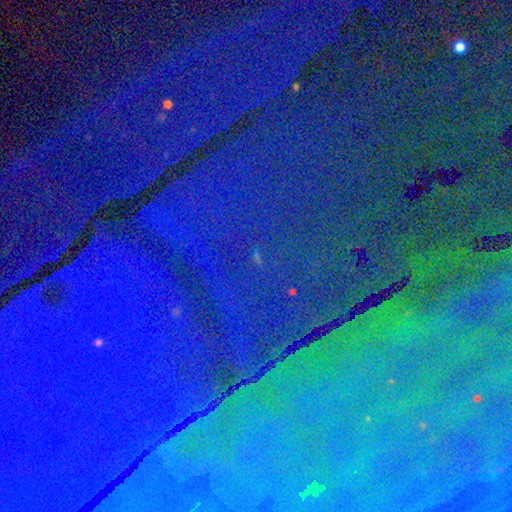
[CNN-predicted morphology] Q: Smooth or featured?
A: star or artifact (86%); runner-up: smooth (7%)